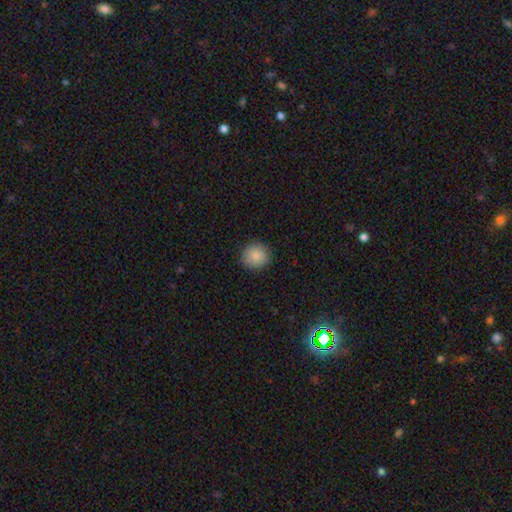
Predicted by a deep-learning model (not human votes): The model was most divided on "smooth or featured": smooth: 87%, star or artifact: 9%, featured or disk: 5%. More confident: merging — none (90%); how rounded — round (90%).